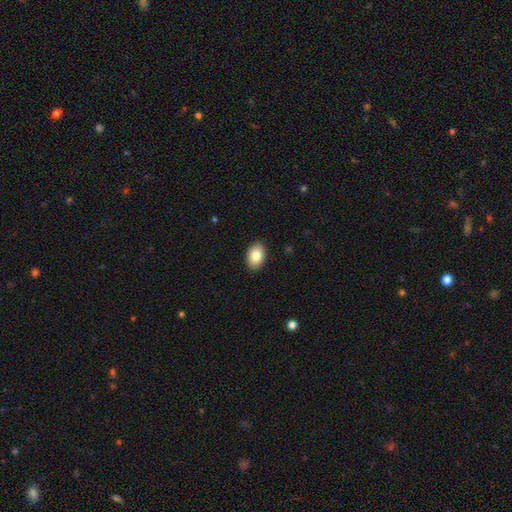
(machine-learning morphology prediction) Smooth or featured?
  - smooth: 84% *
  - featured or disk: 8%
  - star or artifact: 8%
How rounded?
  - in between: 84% *
  - round: 15%
  - cigar-shaped: 1%
Merging?
  - none: 90% *
  - minor disturbance: 8%
  - major disturbance: 2%
  - merger: 1%